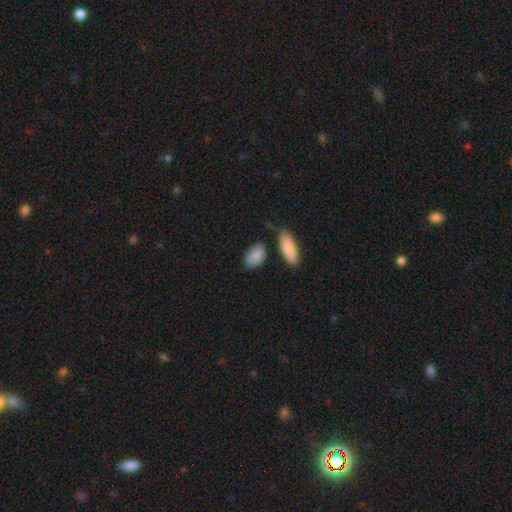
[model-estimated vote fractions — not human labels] A smooth galaxy with no disk features (87%) that is in between round and cigar-shaped (91%). Merging: none (72%).